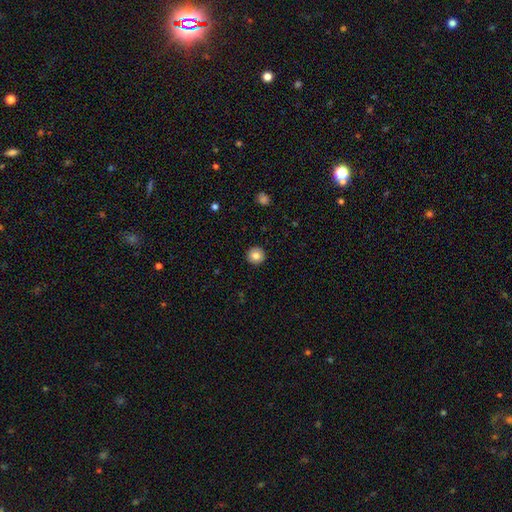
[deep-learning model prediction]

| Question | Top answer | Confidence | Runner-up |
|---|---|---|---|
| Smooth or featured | smooth | 81% | featured or disk (9%) |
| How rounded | round | 95% | in between (4%) |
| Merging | none | 93% | minor disturbance (5%) |